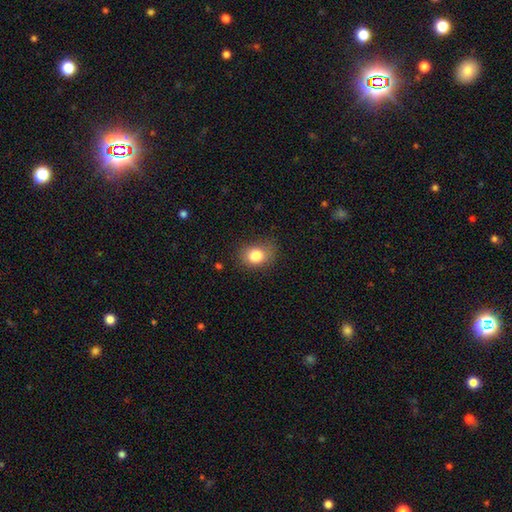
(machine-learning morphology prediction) This appears to be a smooth galaxy with no disk features (83%) that is in between round and cigar-shaped (51%). Merging: none (67%).